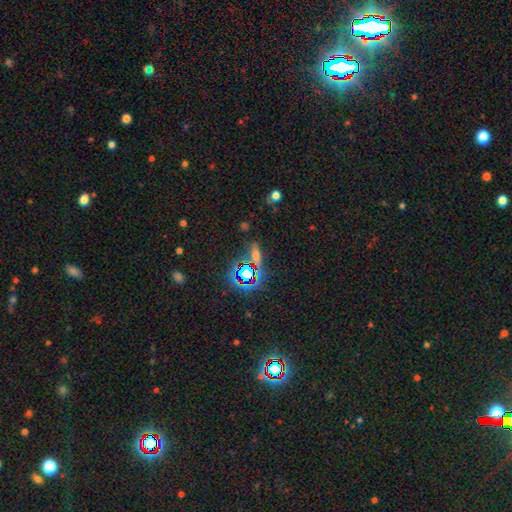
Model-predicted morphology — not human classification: The model was most divided on "smooth or featured": star or artifact: 42%, smooth: 38%, featured or disk: 19%.